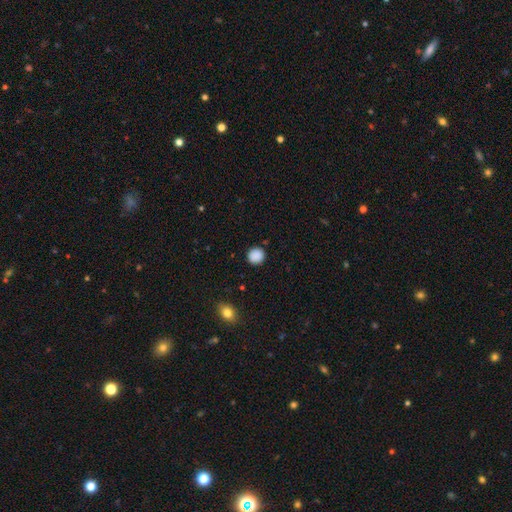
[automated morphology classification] Smooth or featured? Predicted: smooth (p=0.88). How rounded? Predicted: round (p=0.93). Merging? Predicted: none (p=0.90).